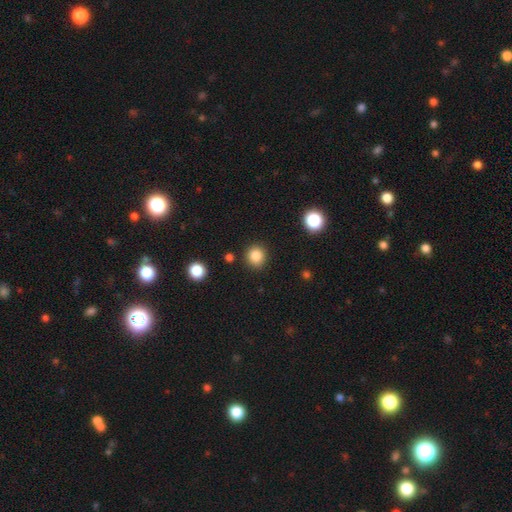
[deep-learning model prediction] This appears to be a smooth galaxy with no disk features (85%) that is round (88%). Merging: none (88%).